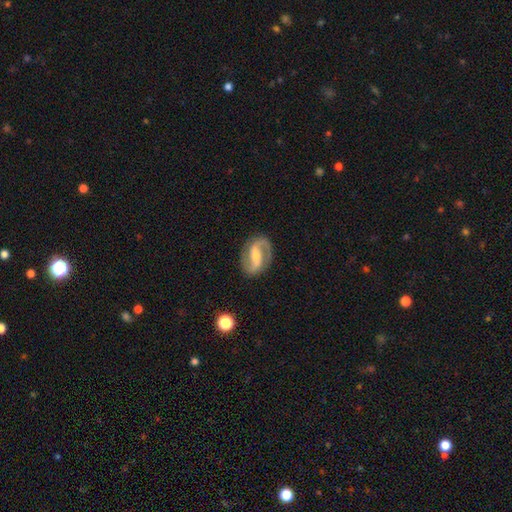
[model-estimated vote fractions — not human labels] A featured or disk galaxy (86%) with a strong bar (46%), 2 (92%) medium (52%) spiral arms (95%) and a moderate central bulge (48%). Merging: none (85%).